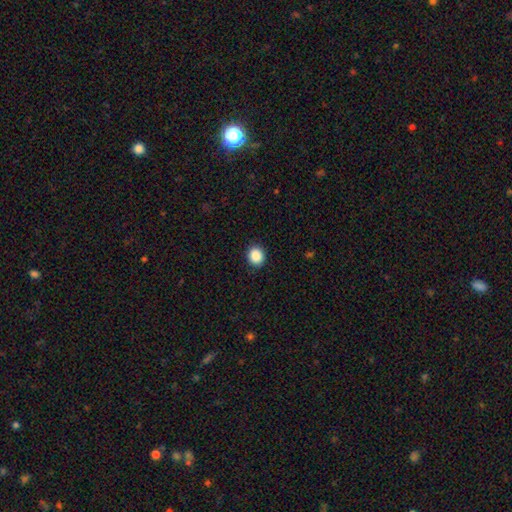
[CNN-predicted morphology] Smooth or featured?
  - smooth: 88% *
  - star or artifact: 9%
  - featured or disk: 3%
How rounded?
  - round: 79% *
  - in between: 20%
  - cigar-shaped: 1%
Merging?
  - none: 91% *
  - minor disturbance: 6%
  - major disturbance: 2%
  - merger: 1%